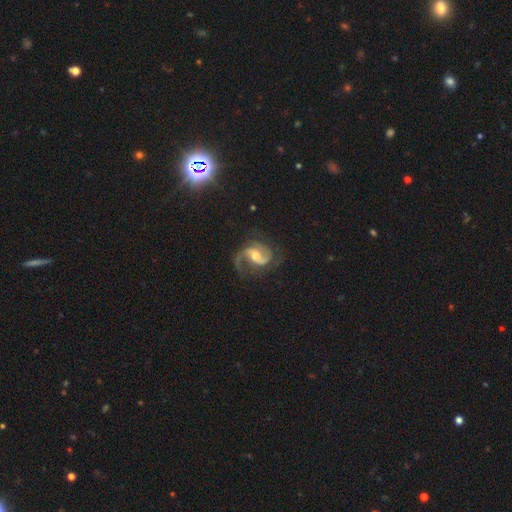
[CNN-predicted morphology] featured or disk 89%, star or artifact 6%, smooth 5%. Down the decision tree: edge-on disk — no (98%); bar — weak (49%); spiral arms — yes (98%); spiral arm count — 2 (89%); spiral winding — medium (54%); bulge size — moderate (59%); merging — none (71%).